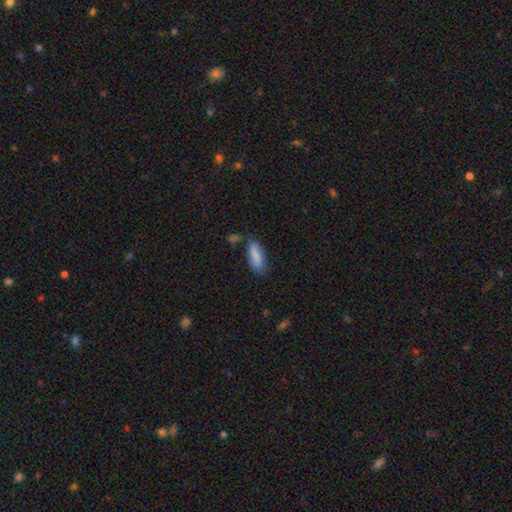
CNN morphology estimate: The model was most divided on "how rounded": in between: 64%, cigar-shaped: 34%, round: 2%. More confident: smooth or featured — smooth (86%); merging — none (63%).